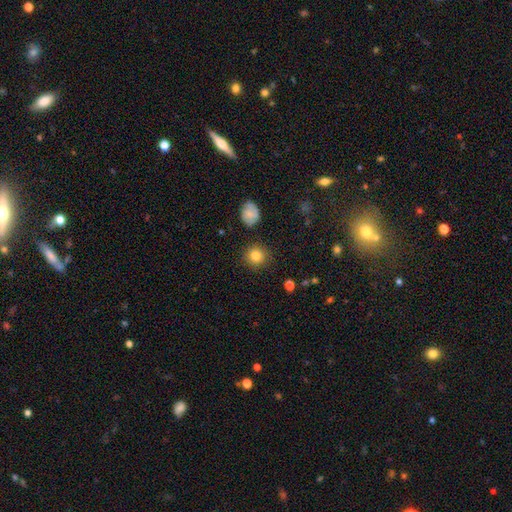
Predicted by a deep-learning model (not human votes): Smooth or featured?
  - smooth: 82% *
  - star or artifact: 11%
  - featured or disk: 7%
How rounded?
  - round: 91% *
  - in between: 8%
  - cigar-shaped: 1%
Merging?
  - none: 89% *
  - minor disturbance: 7%
  - major disturbance: 2%
  - merger: 2%